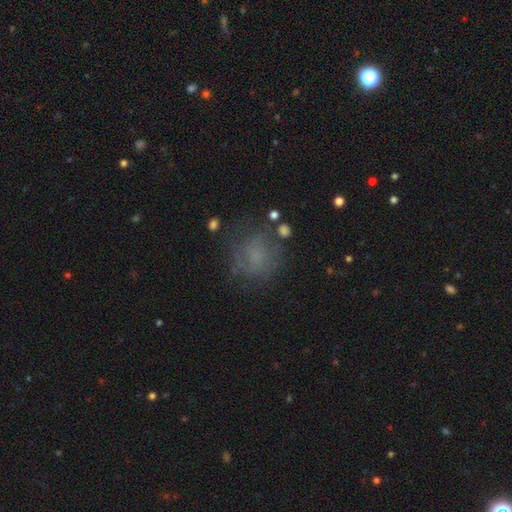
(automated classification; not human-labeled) Smooth or featured? smooth (53%)
How rounded? round (74%)
Merging? none (60%)